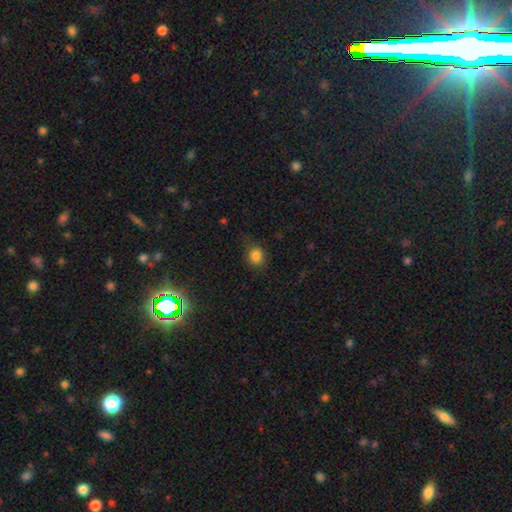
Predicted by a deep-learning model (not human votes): Smooth or featured?
  - smooth: 82% *
  - star or artifact: 13%
  - featured or disk: 5%
How rounded?
  - round: 80% *
  - in between: 19%
  - cigar-shaped: 1%
Merging?
  - none: 75% *
  - minor disturbance: 17%
  - major disturbance: 6%
  - merger: 2%